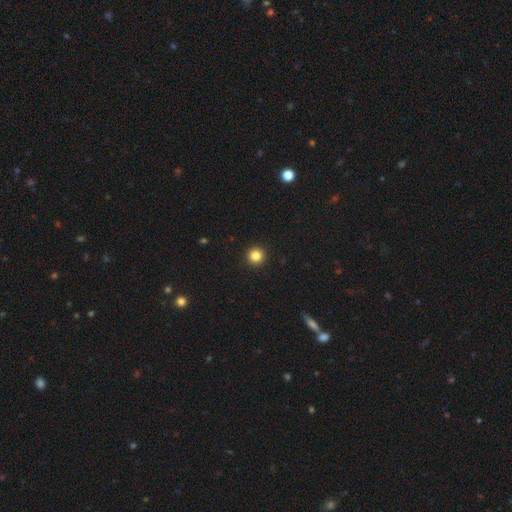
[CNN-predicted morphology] type=smooth (83%); roundness=round (96%); merging=none (94%).